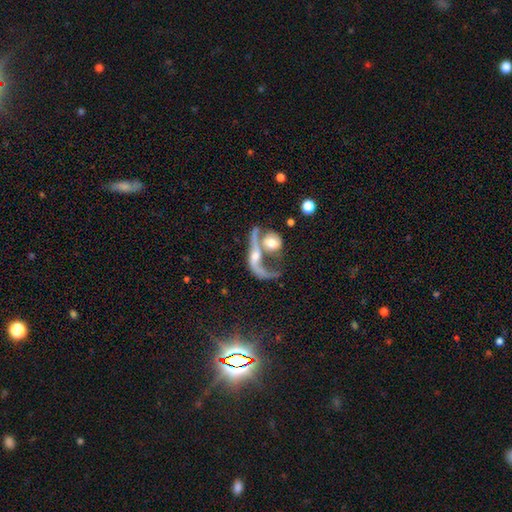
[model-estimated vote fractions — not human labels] A featured or disk galaxy (62%).

Vote fractions:
- Smooth or featured? featured or disk: 62% / smooth: 23% / star or artifact: 15%
- Edge-on disk? no: 73% / yes: 27%
- Merging? merger: 65% / none: 15% / major disturbance: 13% / minor disturbance: 7%